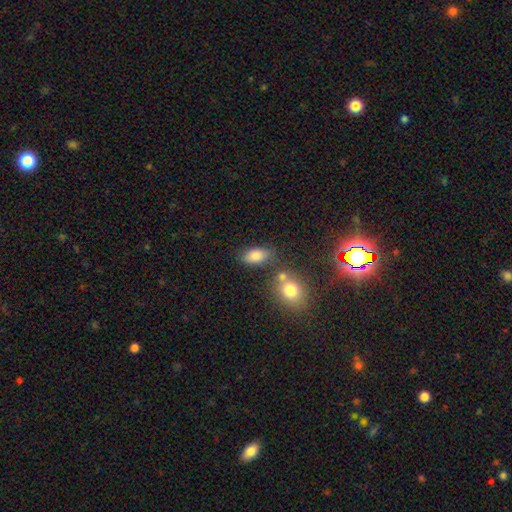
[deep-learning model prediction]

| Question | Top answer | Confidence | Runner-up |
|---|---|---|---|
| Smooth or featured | smooth | 83% | star or artifact (9%) |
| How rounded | in between | 89% | round (8%) |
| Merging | none | 66% | minor disturbance (16%) |